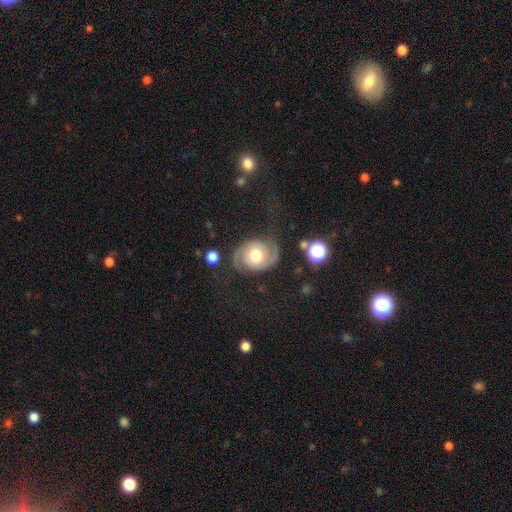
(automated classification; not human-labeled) The model was most divided on "spiral winding": medium: 48%, tight: 34%, loose: 18%. More confident: edge-on disk — no (98%); spiral arms — yes (93%); spiral arm count — 2 (92%); smooth or featured — featured or disk (78%); merging — none (73%); bar — no (66%); bulge size — moderate (65%).